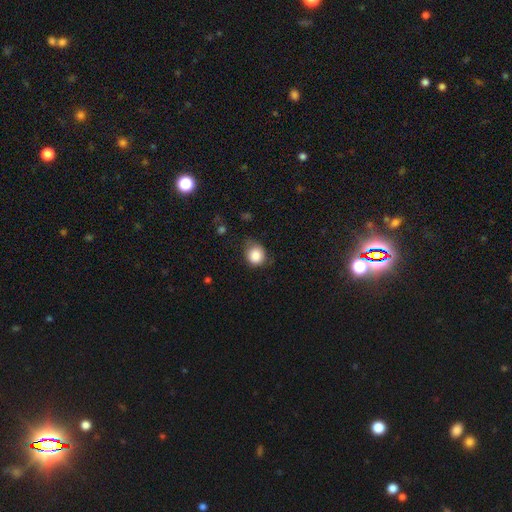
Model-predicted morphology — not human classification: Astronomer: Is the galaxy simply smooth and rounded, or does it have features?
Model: smooth — 85%.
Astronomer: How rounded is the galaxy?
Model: round — 77%.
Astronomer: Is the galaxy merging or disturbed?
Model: none — 59%.